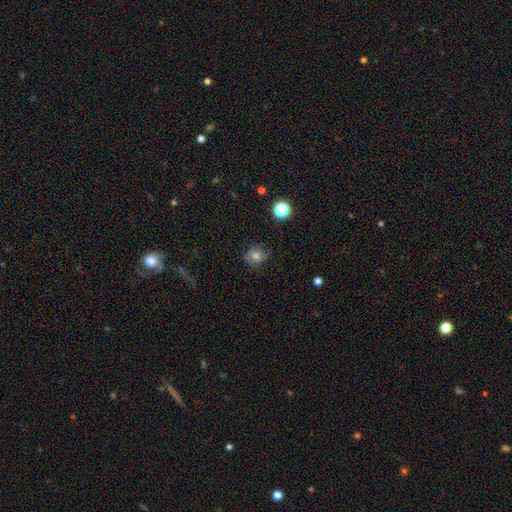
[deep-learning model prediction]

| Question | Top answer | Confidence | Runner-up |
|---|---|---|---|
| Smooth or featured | smooth | 71% | star or artifact (16%) |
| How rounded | round | 73% | in between (25%) |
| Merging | none | 77% | minor disturbance (17%) |